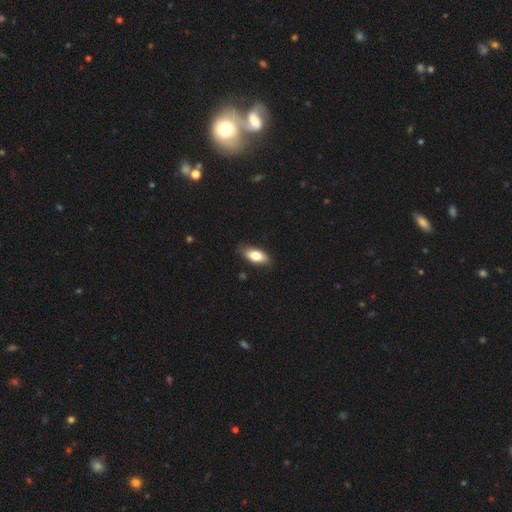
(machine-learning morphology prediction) Q: Smooth or featured?
A: smooth (79%); runner-up: featured or disk (14%)
Q: How rounded?
A: in between (87%); runner-up: cigar-shaped (9%)
Q: Merging?
A: none (82%); runner-up: minor disturbance (15%)